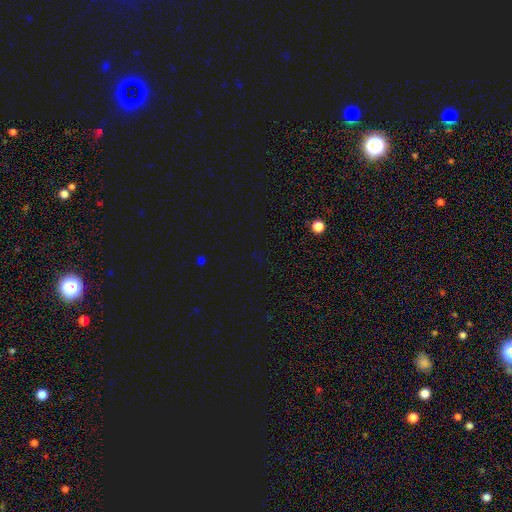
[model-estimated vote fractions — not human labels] Morphology: type=star or artifact (74%).